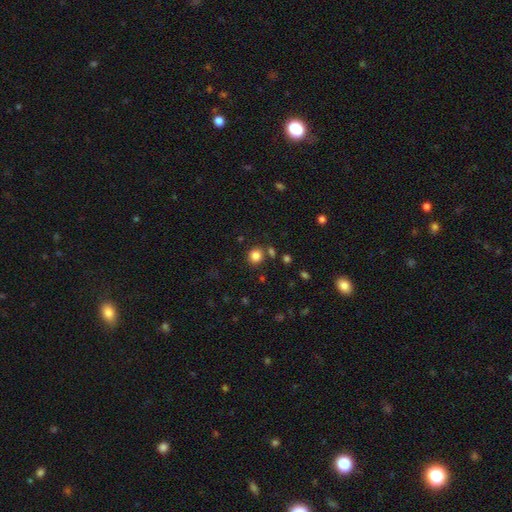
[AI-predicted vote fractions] Morphology: type=smooth (83%); roundness=round (89%); merging=none (82%).